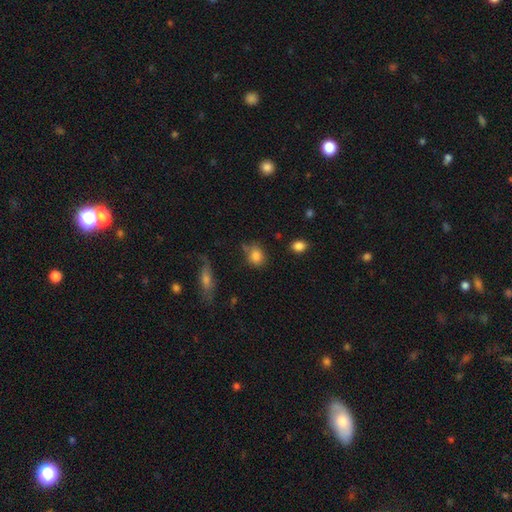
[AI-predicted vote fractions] smooth_or_featured: smooth (p=0.83) [alt: star or artifact p=0.10]
how_rounded: round (p=0.59) [alt: in between p=0.39]
merging: none (p=0.64) [alt: minor disturbance p=0.24]